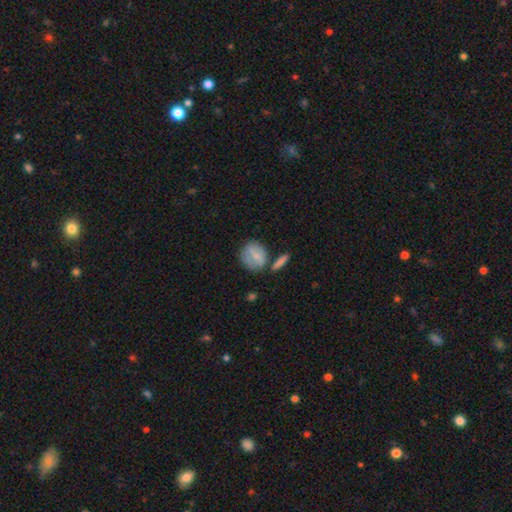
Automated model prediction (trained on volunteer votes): smooth-or-featured: smooth: 71% | featured or disk: 22% | star or artifact: 7%
  how-rounded: round: 63% | in between: 34% | cigar-shaped: 2%
  merging: none: 55% | minor disturbance: 21% | merger: 16% | major disturbance: 8%